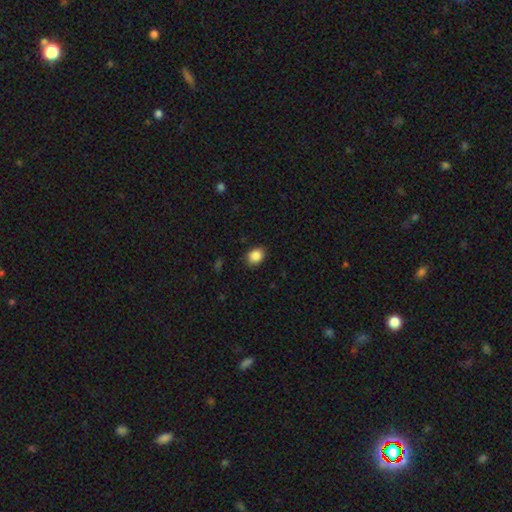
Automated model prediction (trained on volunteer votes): Q: Smooth or featured?
A: smooth (87%); runner-up: star or artifact (9%)
Q: How rounded?
A: in between (50%); runner-up: round (49%)
Q: Merging?
A: none (84%); runner-up: minor disturbance (12%)